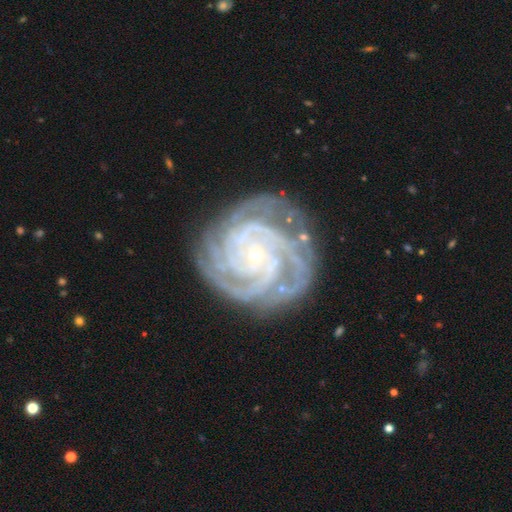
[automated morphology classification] Smooth or featured: featured or disk — 92% (star or artifact — 5%)
Edge-on disk: no — 98% (yes — 2%)
Bar: no — 72% (weak — 18%)
Spiral arms: yes — 99% (no — 1%)
Spiral winding: tight — 78% (medium — 19%)
Spiral arm count: 4 — 33% (3 — 25%)
Bulge size: small — 86% (moderate — 10%)
Merging: none — 75% (minor disturbance — 17%)